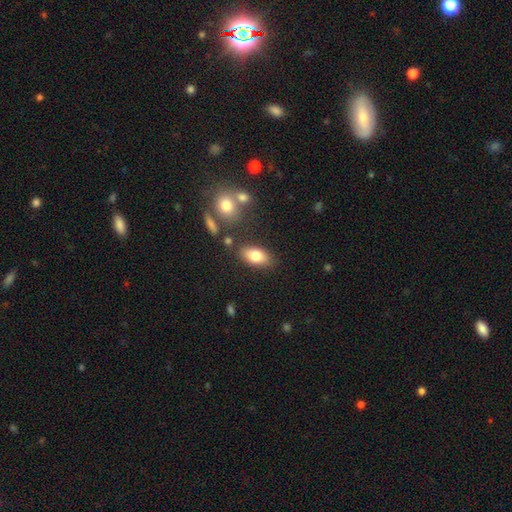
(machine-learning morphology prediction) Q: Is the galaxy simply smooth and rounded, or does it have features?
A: smooth — 80%.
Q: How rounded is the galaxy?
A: in between — 89%.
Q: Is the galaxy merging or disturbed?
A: none — 80%.